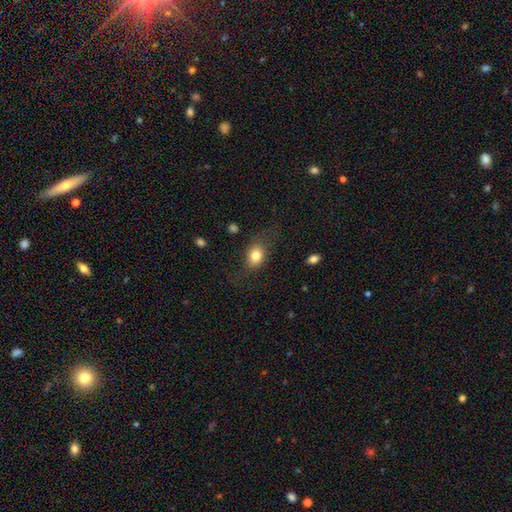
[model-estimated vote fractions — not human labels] smooth_or_featured: smooth (p=0.79) [alt: featured or disk p=0.12]
how_rounded: in between (p=0.66) [alt: round p=0.32]
merging: none (p=0.66) [alt: minor disturbance p=0.20]